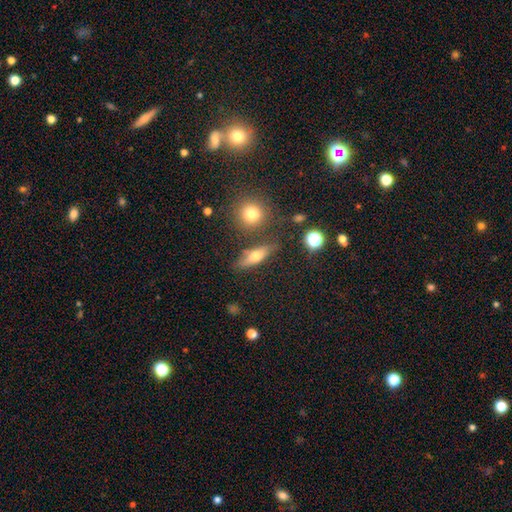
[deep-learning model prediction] This is possibly a smooth galaxy (57%). How rounded: possibly in between (46%). Merging: likely none (74%).